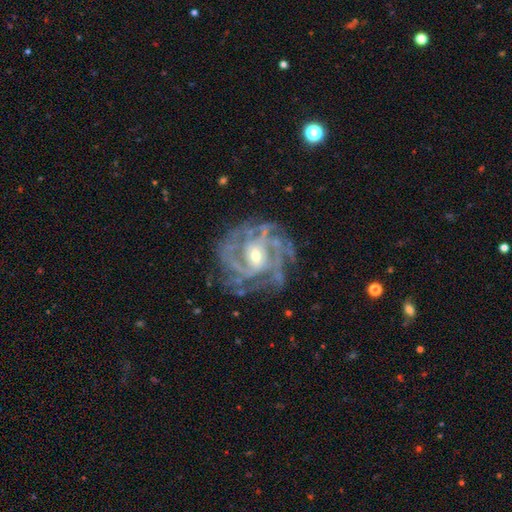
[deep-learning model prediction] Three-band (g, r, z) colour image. It shows a featured or disk galaxy (89%) with no bar (49%), tight (62%) spiral arms (97%) and a small central bulge (58%). Merging: none (74%).